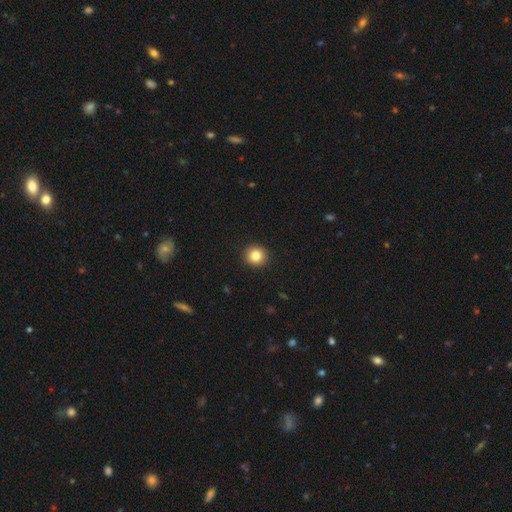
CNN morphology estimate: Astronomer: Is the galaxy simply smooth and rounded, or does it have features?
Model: smooth — 83%.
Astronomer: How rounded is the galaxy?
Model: round — 92%.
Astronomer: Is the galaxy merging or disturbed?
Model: none — 93%.